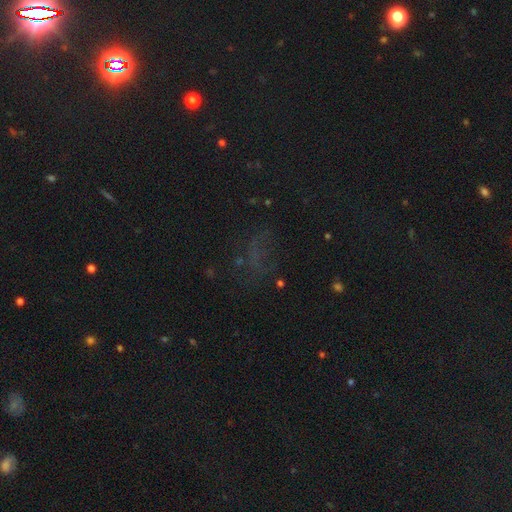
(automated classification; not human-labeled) Smooth or featured: star or artifact — 54% (smooth — 27%)